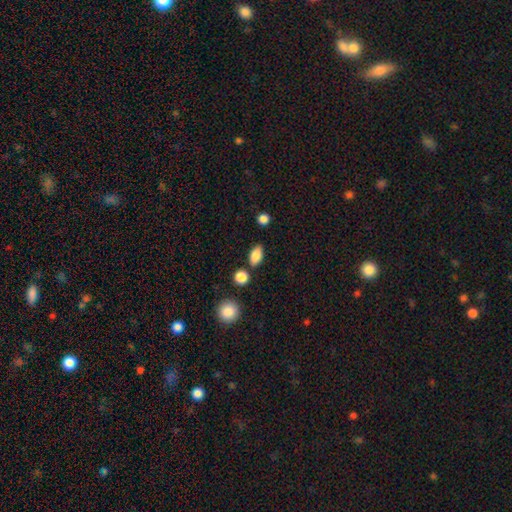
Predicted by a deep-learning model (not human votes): Smooth or featured: smooth — 86% (star or artifact — 8%)
How rounded: in between — 87% (round — 10%)
Merging: none — 78% (minor disturbance — 13%)